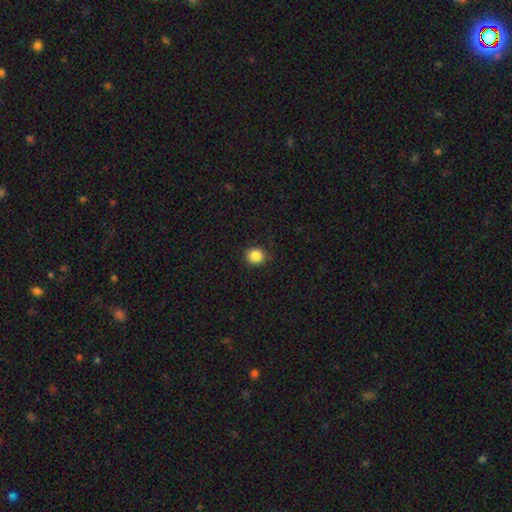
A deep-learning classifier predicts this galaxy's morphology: smooth_or_featured: smooth (p=0.86) [alt: star or artifact p=0.10]
how_rounded: round (p=0.88) [alt: in between p=0.11]
merging: none (p=0.90) [alt: minor disturbance p=0.07]